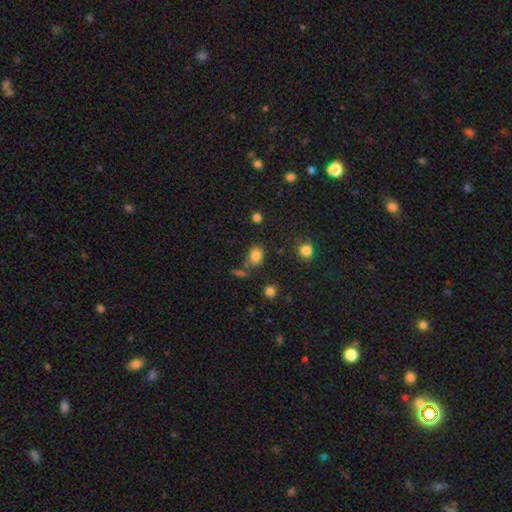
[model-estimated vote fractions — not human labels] Smooth or featured? smooth (81%)
How rounded? in between (68%)
Merging? none (67%)